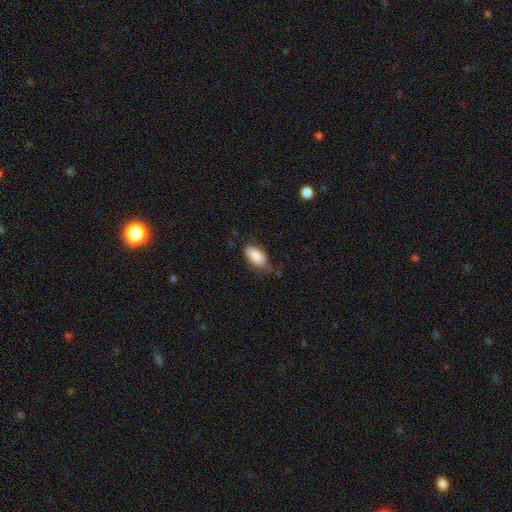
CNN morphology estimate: smooth 84%, featured or disk 9%, star or artifact 7%. Down the decision tree: how rounded — in between (91%); merging — none (64%).